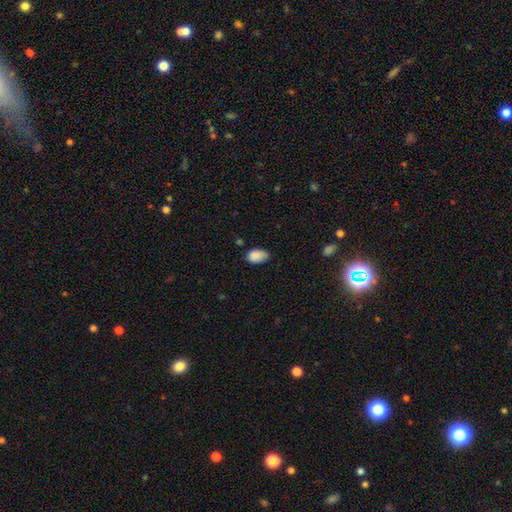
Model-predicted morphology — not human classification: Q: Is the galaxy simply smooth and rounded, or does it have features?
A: smooth — 88%.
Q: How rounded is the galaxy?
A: in between — 90%.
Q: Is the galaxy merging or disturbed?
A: none — 66%.